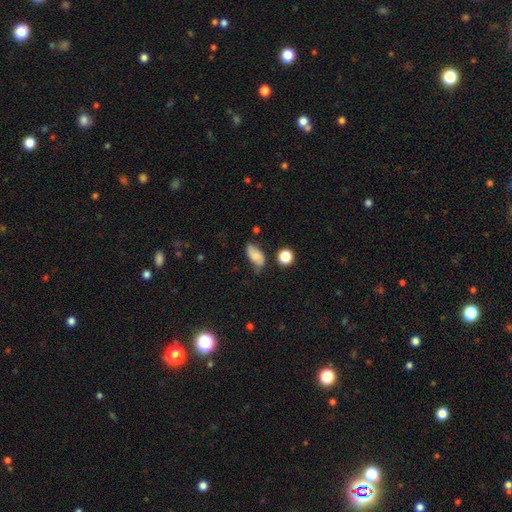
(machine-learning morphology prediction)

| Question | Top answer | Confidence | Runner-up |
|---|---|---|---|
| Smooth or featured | smooth | 68% | featured or disk (23%) |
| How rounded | in between | 90% | round (6%) |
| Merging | none | 56% | minor disturbance (31%) |